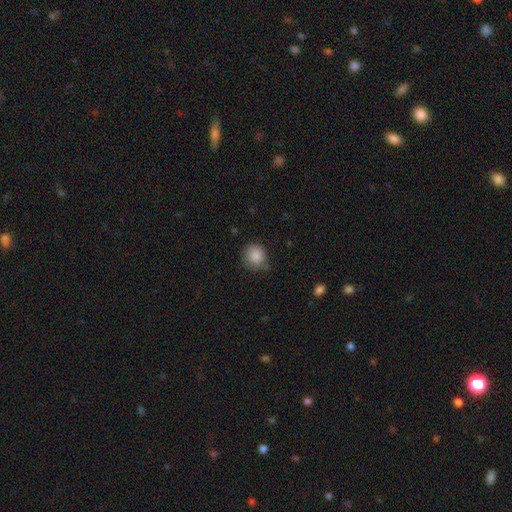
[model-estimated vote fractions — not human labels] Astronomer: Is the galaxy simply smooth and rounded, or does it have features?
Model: smooth — 87%.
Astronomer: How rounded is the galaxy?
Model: round — 88%.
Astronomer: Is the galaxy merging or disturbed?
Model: none — 70%.